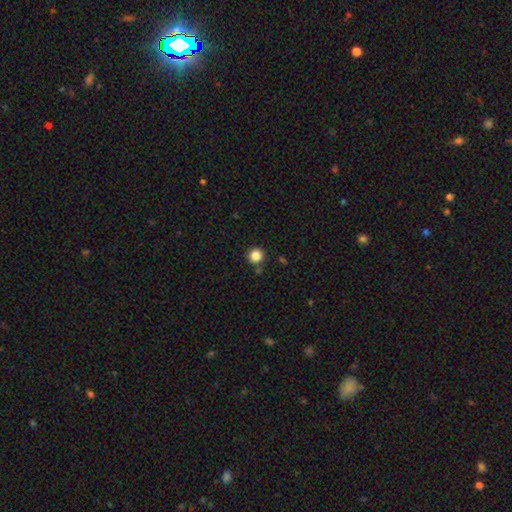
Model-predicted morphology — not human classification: A smooth galaxy with no disk features (85%) that is round (94%).

Vote fractions:
- Smooth or featured? smooth: 85% / star or artifact: 11% / featured or disk: 4%
- How rounded? round: 94% / in between: 5% / cigar-shaped: 1%
- Merging? none: 87% / minor disturbance: 7% / merger: 4% / major disturbance: 2%